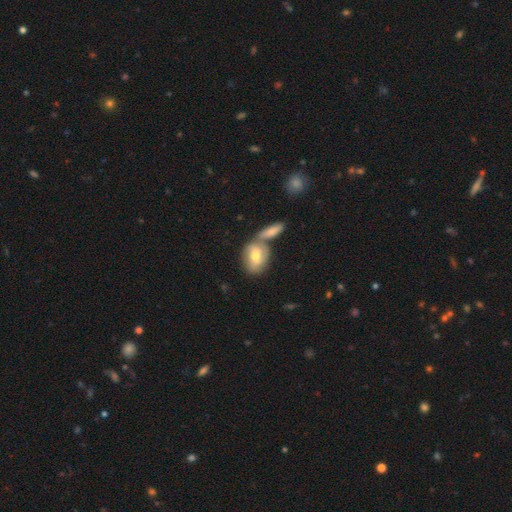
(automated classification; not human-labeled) Overall: smooth (63%; featured or disk 30%). How rounded: in between (63%; round 33%). Merging: merger (43%; none 41%).